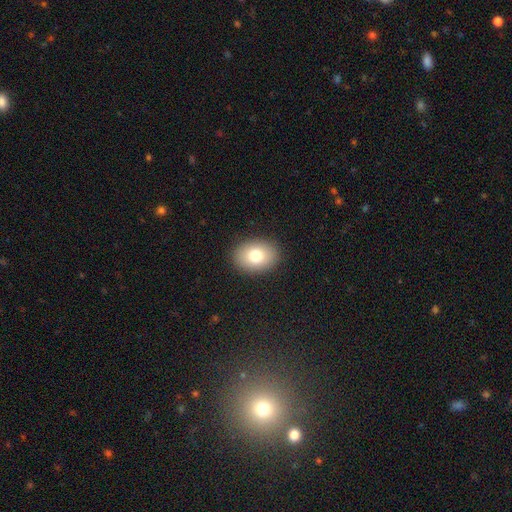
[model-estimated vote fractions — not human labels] Smooth or featured? smooth (77%)
How rounded? in between (71%)
Merging? none (90%)